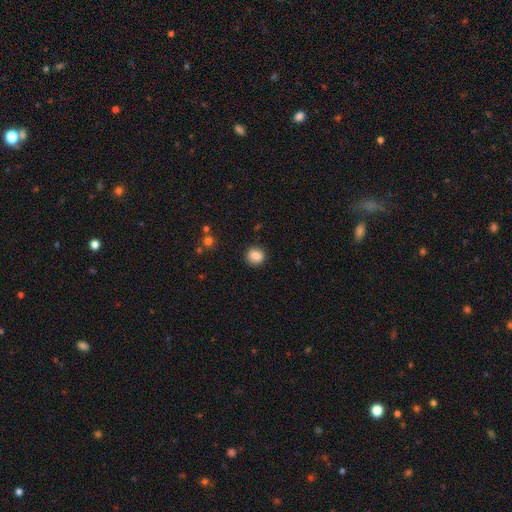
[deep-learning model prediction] A smooth galaxy with no disk features (86%) that is round (72%). Merging: none (86%).